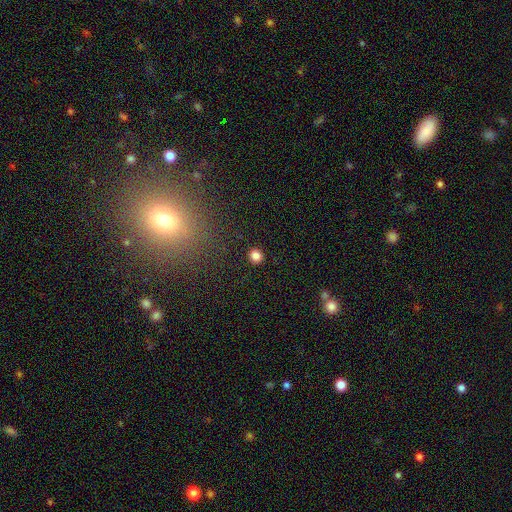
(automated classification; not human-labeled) Q: Smooth or featured?
A: smooth (83%); runner-up: star or artifact (13%)
Q: How rounded?
A: round (92%); runner-up: in between (7%)
Q: Merging?
A: none (92%); runner-up: minor disturbance (5%)